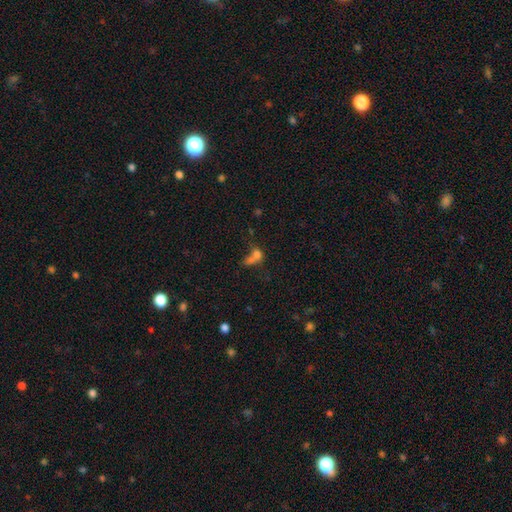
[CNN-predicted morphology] This appears to be a smooth galaxy with no disk features (68%) that is in between round and cigar-shaped (49%). Merging: merger (62%).